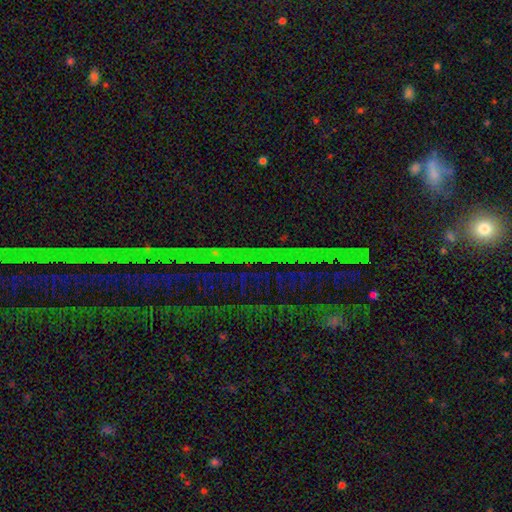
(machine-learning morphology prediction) Smooth or featured?
  - star or artifact: 82% *
  - featured or disk: 10%
  - smooth: 8%